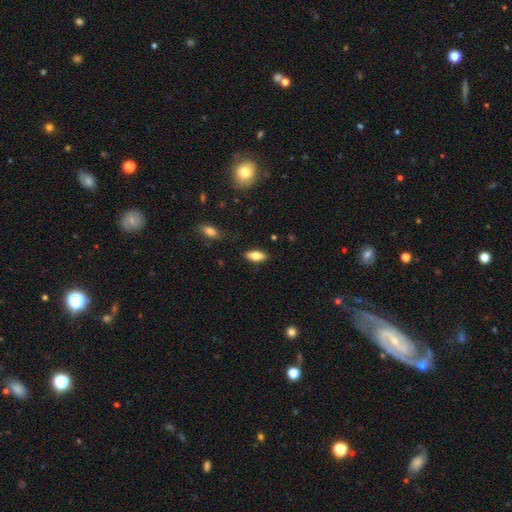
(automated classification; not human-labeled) Smooth or featured? smooth (75%)
How rounded? in between (83%)
Merging? none (84%)